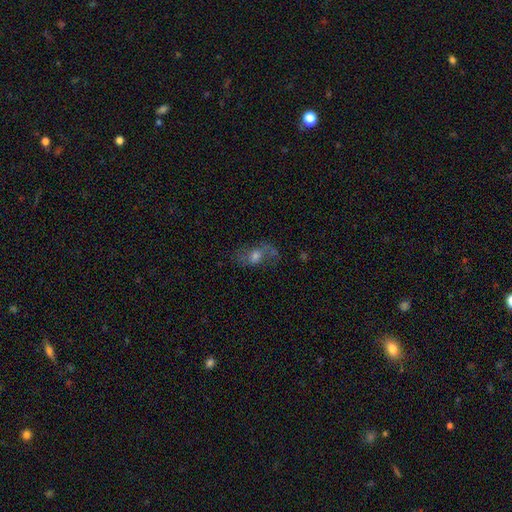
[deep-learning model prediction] A featured or disk galaxy (50%).

Vote fractions:
- Smooth or featured? featured or disk: 50% / smooth: 35% / star or artifact: 16%
- Merging? none: 60% / minor disturbance: 20% / major disturbance: 16% / merger: 4%